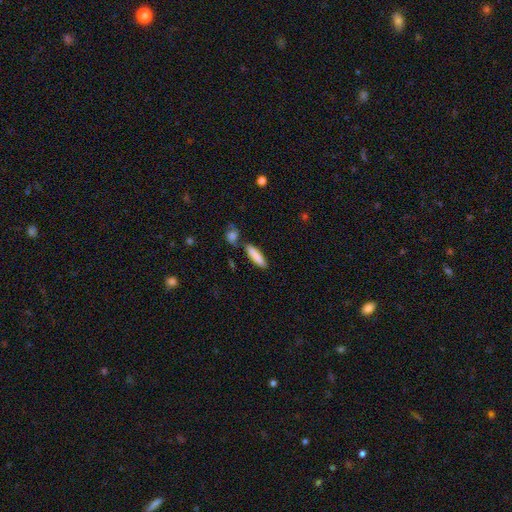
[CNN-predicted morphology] Smooth or featured? smooth (84%)
How rounded? cigar-shaped (77%)
Merging? none (74%)